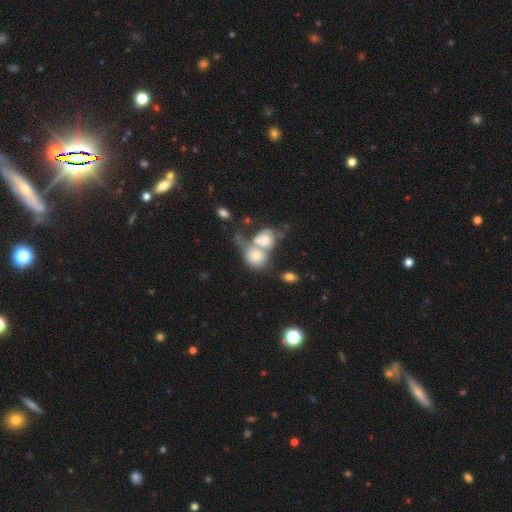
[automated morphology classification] Smooth or featured: smooth — 64% (featured or disk — 27%)
How rounded: round — 60% (in between — 38%)
Merging: merger — 70% (none — 13%)